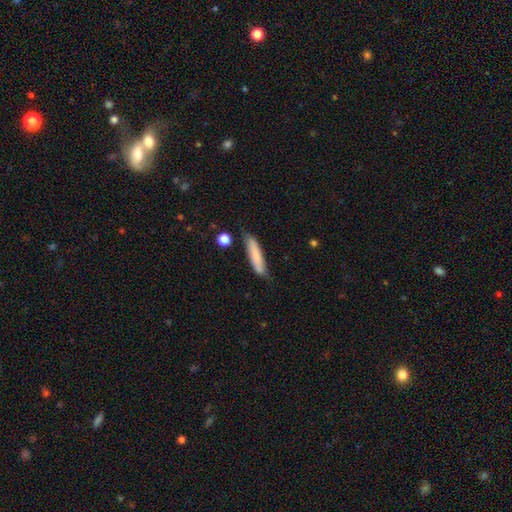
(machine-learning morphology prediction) This appears to be a smooth galaxy with no disk features (76%) that is cigar-shaped (83%). Merging: none (72%).